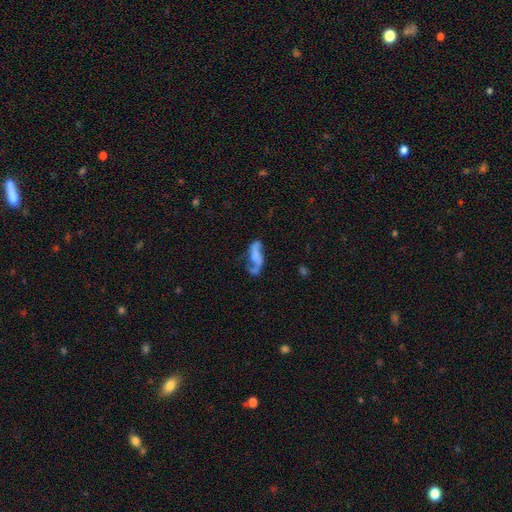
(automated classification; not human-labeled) Morphology: type=featured or disk (55%); edge-on=no (89%); merging=none (36%).